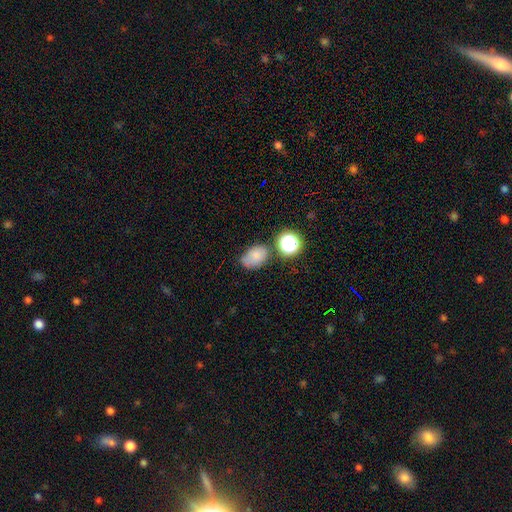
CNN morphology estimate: Smooth or featured: smooth — 75% (star or artifact — 13%)
How rounded: in between — 77% (round — 22%)
Merging: none — 56% (minor disturbance — 24%)